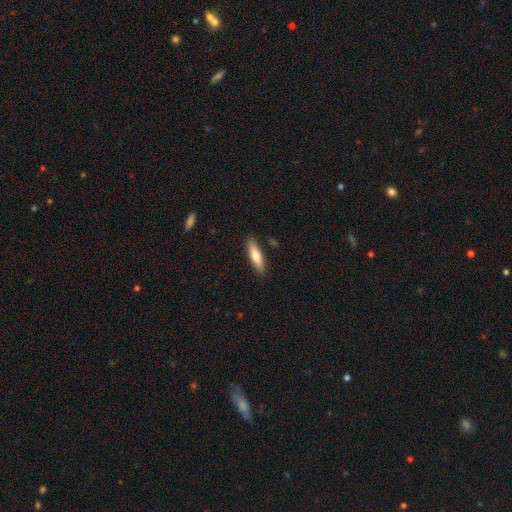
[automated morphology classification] The model was most divided on "how rounded": cigar-shaped: 69%, in between: 29%, round: 2%. More confident: merging — none (88%); smooth or featured — smooth (71%).